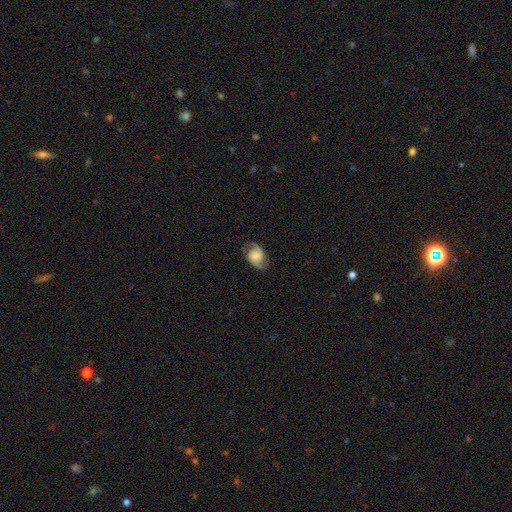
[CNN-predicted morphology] This appears to be a featured or disk galaxy (73%) with no bar (54%), 2 (91%) medium (46%) spiral arms (95%) and no central bulge (28%). Merging: none (76%).